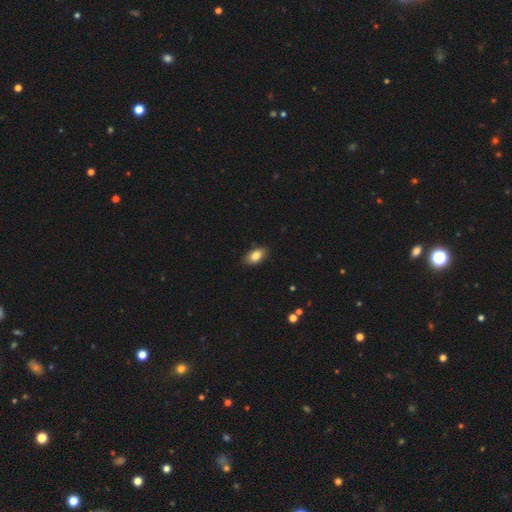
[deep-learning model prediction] This is clearly a smooth galaxy (84%). How rounded: clearly in between (91%). Merging: clearly none (86%).